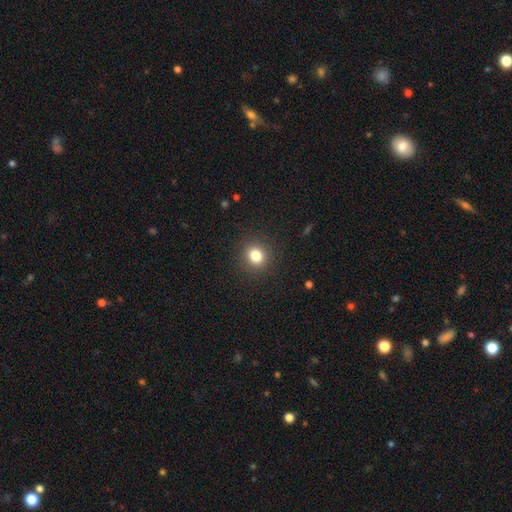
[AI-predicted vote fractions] This is clearly a smooth galaxy (82%). How rounded: likely round (79%). Merging: clearly none (89%).